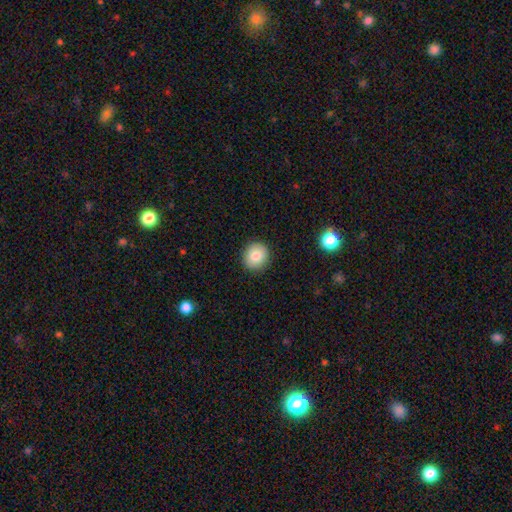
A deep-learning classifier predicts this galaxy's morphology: A smooth galaxy with no disk features (80%) that is round (85%). Merging: none (90%).